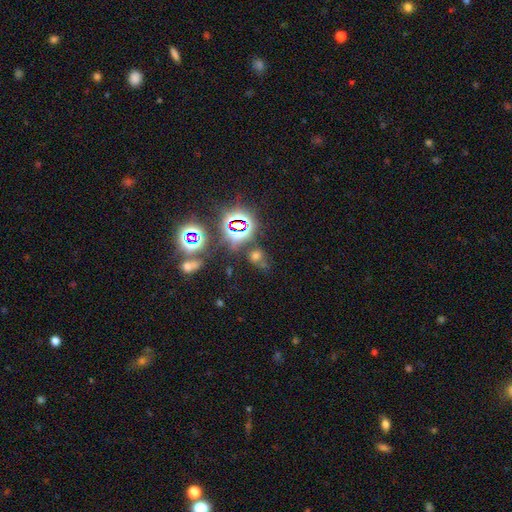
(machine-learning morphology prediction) type=star or artifact (47%).